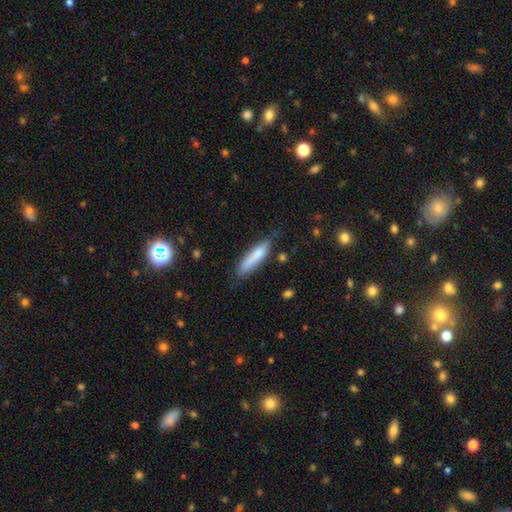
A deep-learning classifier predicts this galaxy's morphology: A smooth galaxy with no disk features (75%) that is cigar-shaped (78%).

Vote fractions:
- Smooth or featured? smooth: 75% / featured or disk: 18% / star or artifact: 7%
- How rounded? cigar-shaped: 78% / in between: 20% / round: 2%
- Merging? none: 67% / minor disturbance: 24% / major disturbance: 6% / merger: 3%